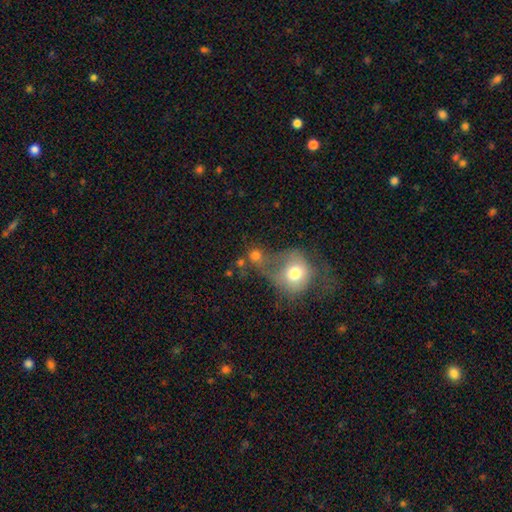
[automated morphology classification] The model was most divided on "merging": merger: 49%, none: 29%, major disturbance: 12%, minor disturbance: 9%. More confident: how rounded — round (78%); smooth or featured — smooth (73%).